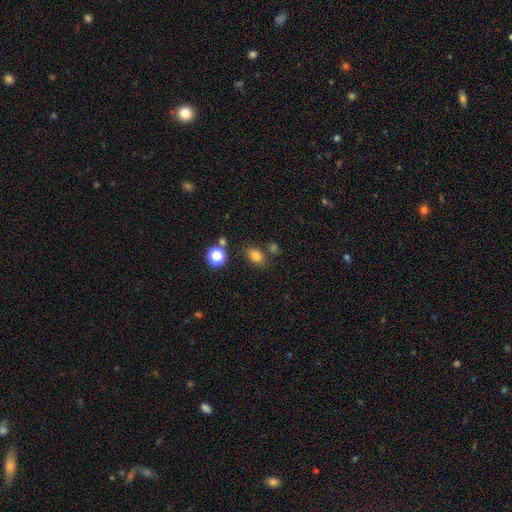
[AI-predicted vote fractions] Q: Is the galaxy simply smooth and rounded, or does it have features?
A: smooth — 78%.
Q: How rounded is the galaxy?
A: in between — 70%.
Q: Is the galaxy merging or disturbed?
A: none — 70%.